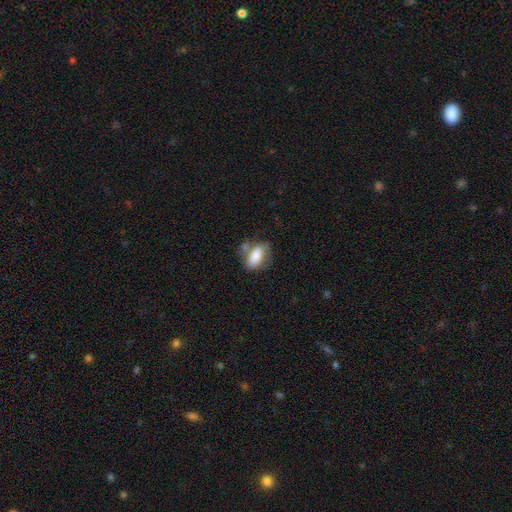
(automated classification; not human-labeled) smooth 72%, featured or disk 21%, star or artifact 7%. Down the decision tree: how rounded — in between (86%); merging — none (50%).